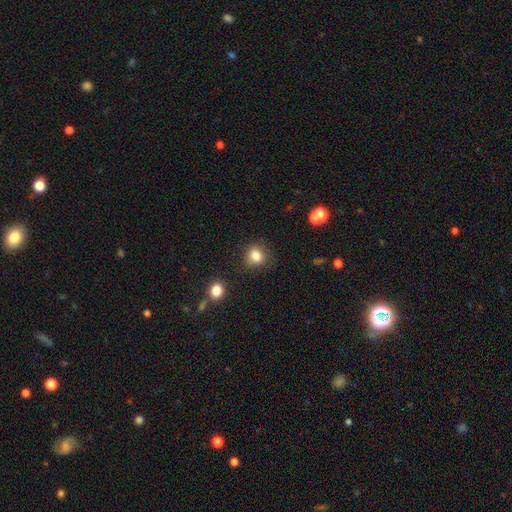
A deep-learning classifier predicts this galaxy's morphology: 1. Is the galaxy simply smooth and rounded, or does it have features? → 83% smooth, 11% star or artifact, 6% featured or disk.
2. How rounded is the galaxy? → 68% round, 31% in between, 1% cigar-shaped.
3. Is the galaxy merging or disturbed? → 78% none, 15% minor disturbance, 4% major disturbance, 3% merger.